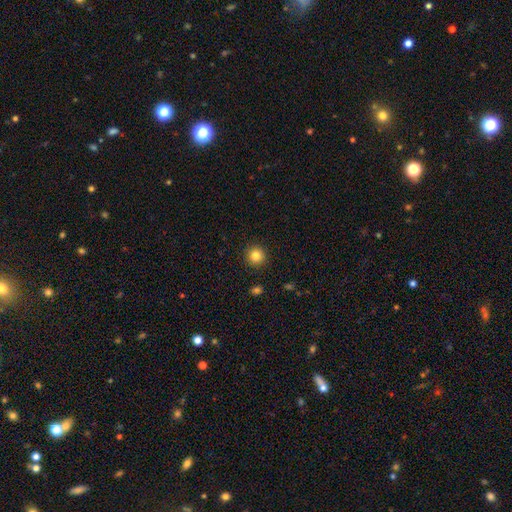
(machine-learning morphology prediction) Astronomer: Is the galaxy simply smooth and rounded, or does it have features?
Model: smooth — 84%.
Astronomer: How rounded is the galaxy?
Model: round — 94%.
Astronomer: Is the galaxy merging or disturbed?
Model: none — 92%.